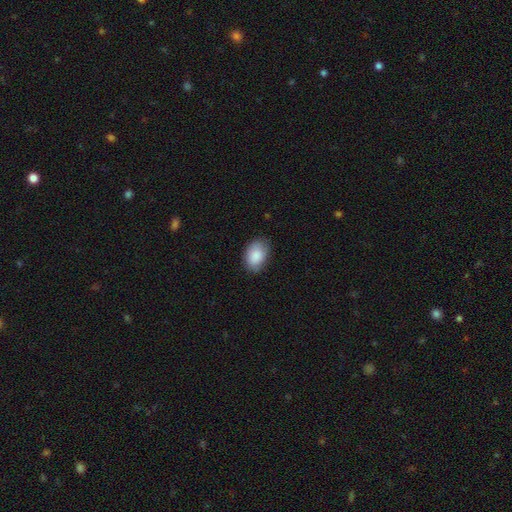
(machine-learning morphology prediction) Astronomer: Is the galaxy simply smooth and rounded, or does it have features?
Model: smooth — 87%.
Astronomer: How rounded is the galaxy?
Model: in between — 86%.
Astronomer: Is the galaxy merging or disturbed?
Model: none — 76%.